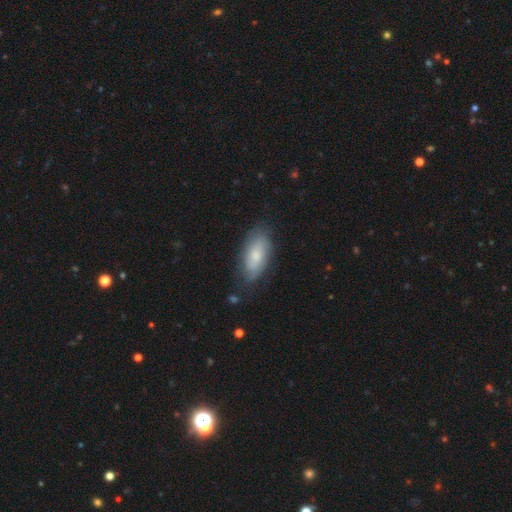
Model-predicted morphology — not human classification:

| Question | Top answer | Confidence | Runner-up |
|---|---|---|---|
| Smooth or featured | smooth | 66% | featured or disk (27%) |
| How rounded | in between | 87% | cigar-shaped (11%) |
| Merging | none | 74% | minor disturbance (20%) |